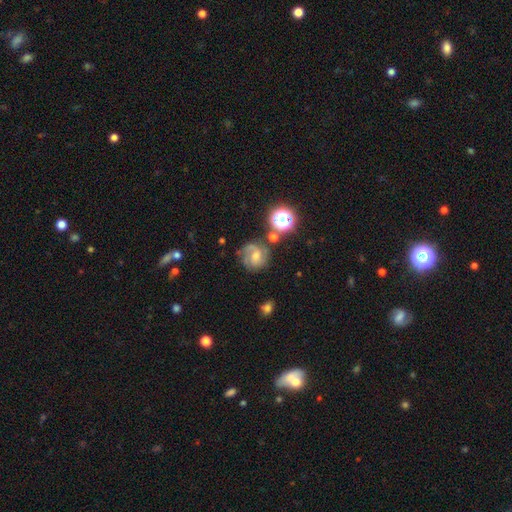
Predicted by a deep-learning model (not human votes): Morphology: type=featured or disk (58%); edge-on=no (97%); bar=no (53%); spiral arms=yes (90%); winding=tight (48%); arm count=2 (41%); bulge=moderate (53%); merging=none (66%).